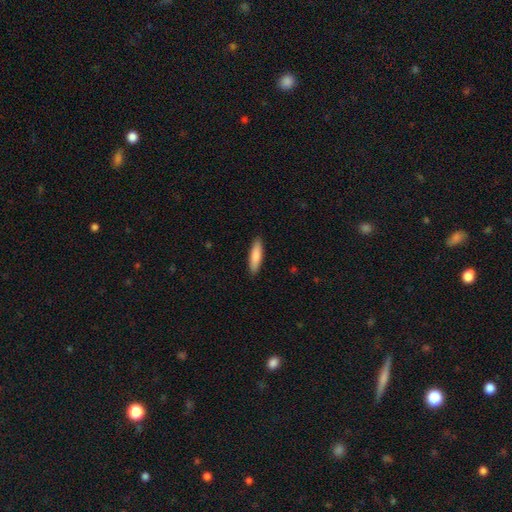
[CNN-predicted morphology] smooth-or-featured: smooth: 83% | featured or disk: 12% | star or artifact: 5%
  how-rounded: cigar-shaped: 71% | in between: 27% | round: 1%
  merging: none: 90% | minor disturbance: 8% | major disturbance: 2% | merger: 1%